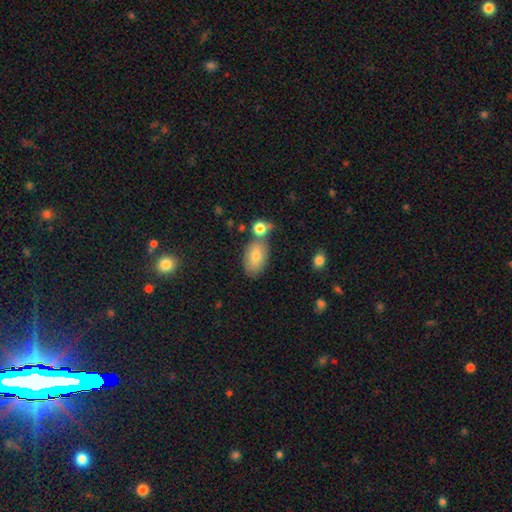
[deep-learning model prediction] Q: Smooth or featured?
A: smooth (76%); runner-up: featured or disk (16%)
Q: How rounded?
A: in between (89%); runner-up: round (9%)
Q: Merging?
A: none (61%); runner-up: merger (19%)